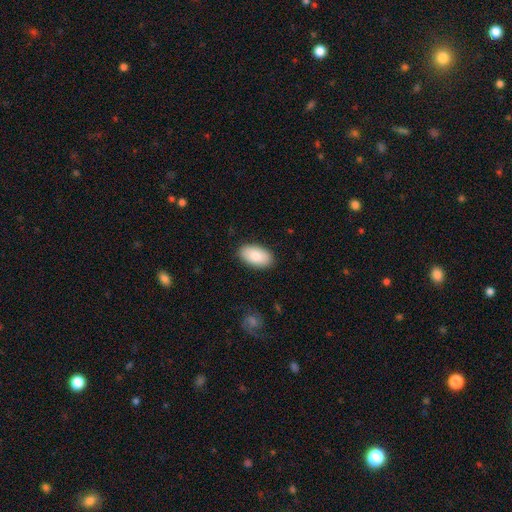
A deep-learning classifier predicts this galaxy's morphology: Q: Smooth or featured?
A: smooth (88%); runner-up: featured or disk (6%)
Q: How rounded?
A: in between (96%); runner-up: round (3%)
Q: Merging?
A: none (88%); runner-up: minor disturbance (9%)